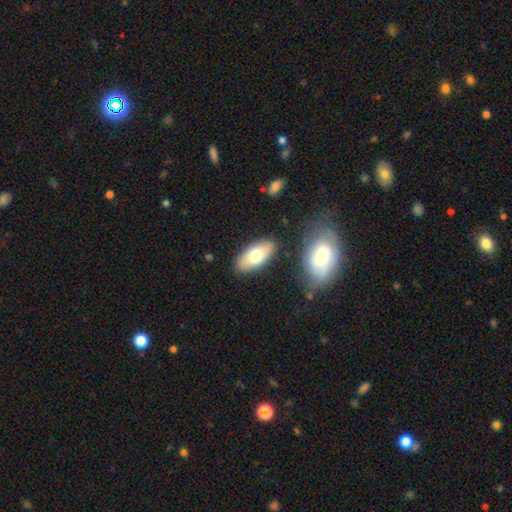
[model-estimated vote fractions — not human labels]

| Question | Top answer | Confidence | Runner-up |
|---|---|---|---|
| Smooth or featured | smooth | 71% | featured or disk (23%) |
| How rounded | in between | 90% | cigar-shaped (7%) |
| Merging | none | 84% | minor disturbance (10%) |